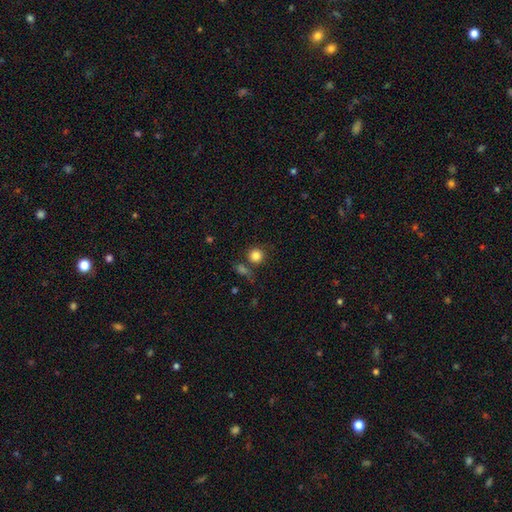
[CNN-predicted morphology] This is clearly a smooth galaxy (83%). How rounded: clearly round (92%). Merging: likely none (71%).